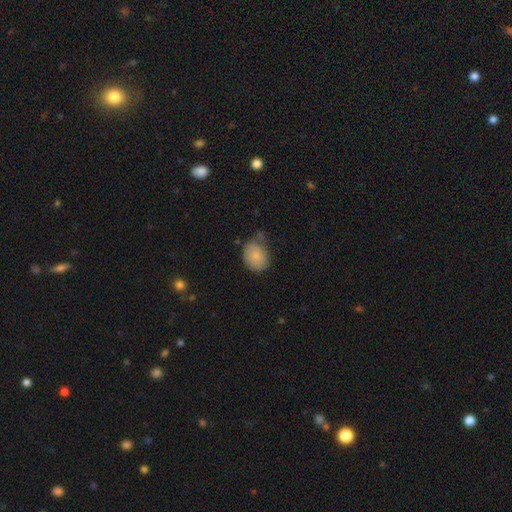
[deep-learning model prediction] This appears to be a smooth galaxy with no disk features (84%) that is in between round and cigar-shaped (56%). Merging: none (56%).